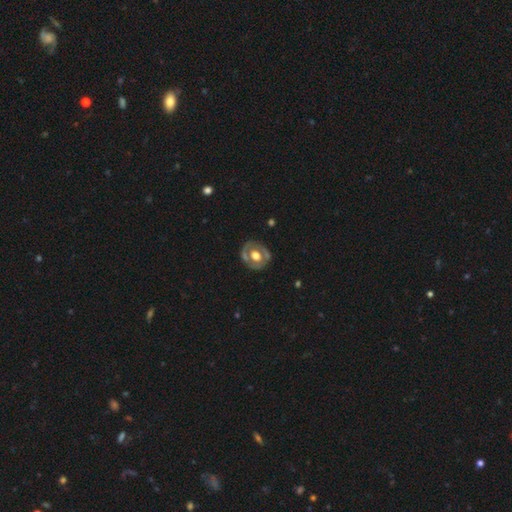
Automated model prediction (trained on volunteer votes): Smooth or featured: featured or disk — 61% (smooth — 33%)
Edge-on disk: no — 95% (yes — 5%)
Bar: no — 75% (weak — 19%)
Spiral arms: no — 76% (yes — 24%)
Bulge size: moderate — 56% (large — 38%)
Merging: none — 77% (minor disturbance — 16%)